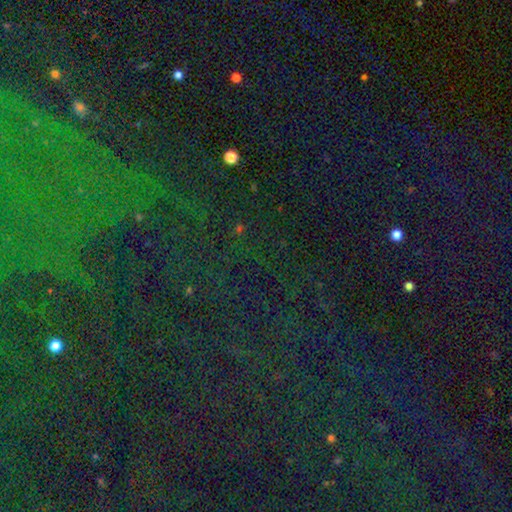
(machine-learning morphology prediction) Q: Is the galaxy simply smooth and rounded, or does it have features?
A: star or artifact — 82%.